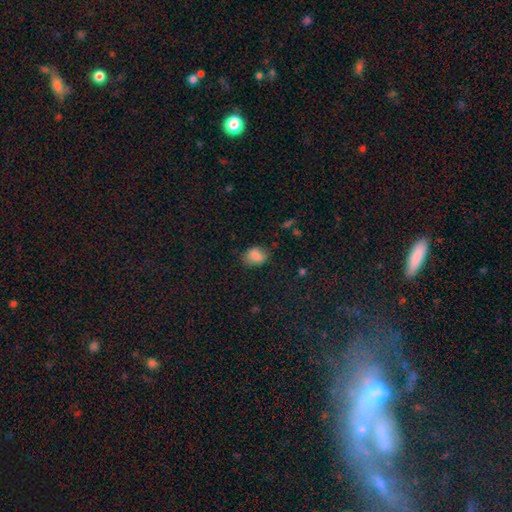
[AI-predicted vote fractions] The model was most divided on "how rounded": in between: 63%, round: 36%, cigar-shaped: 1%. More confident: smooth or featured — smooth (82%); merging — none (72%).